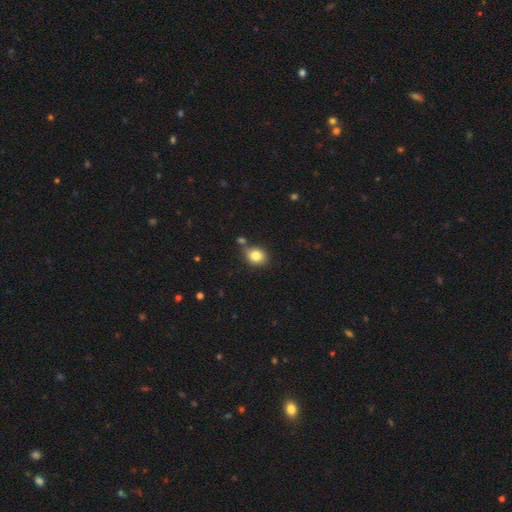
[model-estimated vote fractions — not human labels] This is clearly a smooth galaxy (83%). How rounded: possibly round (58%). Merging: likely none (70%).